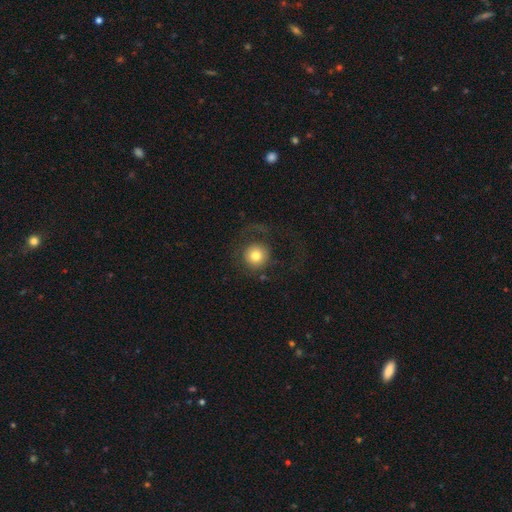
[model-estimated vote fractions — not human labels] The model was most divided on "merging": none: 62%, major disturbance: 24%, minor disturbance: 12%, merger: 2%. More confident: how rounded — round (94%); smooth or featured — smooth (73%).